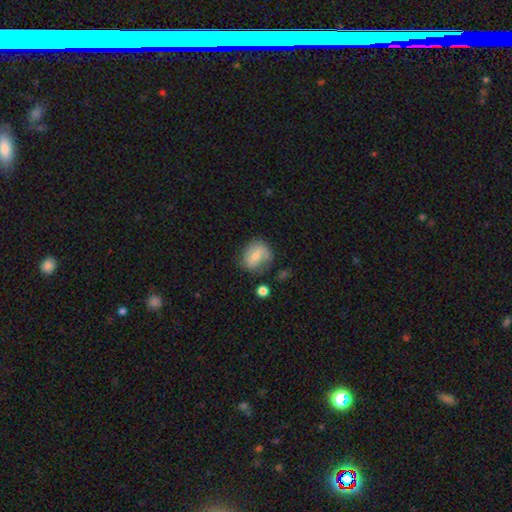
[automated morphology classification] Smooth or featured? Predicted: smooth (p=0.59). How rounded? Predicted: round (p=0.56). Merging? Predicted: none (p=0.61).